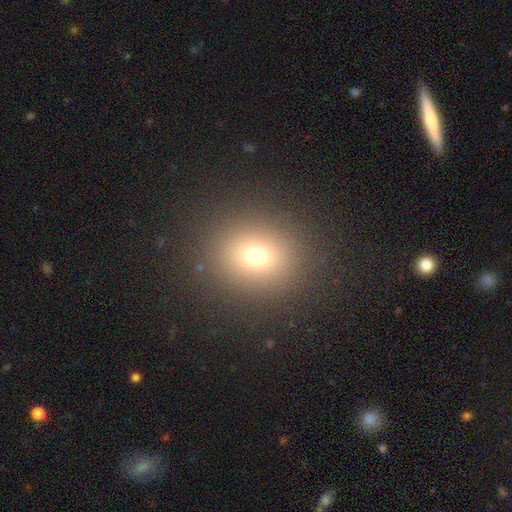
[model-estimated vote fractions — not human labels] Q: Smooth or featured?
A: smooth (71%); runner-up: star or artifact (19%)
Q: How rounded?
A: round (75%); runner-up: in between (24%)
Q: Merging?
A: none (90%); runner-up: minor disturbance (6%)